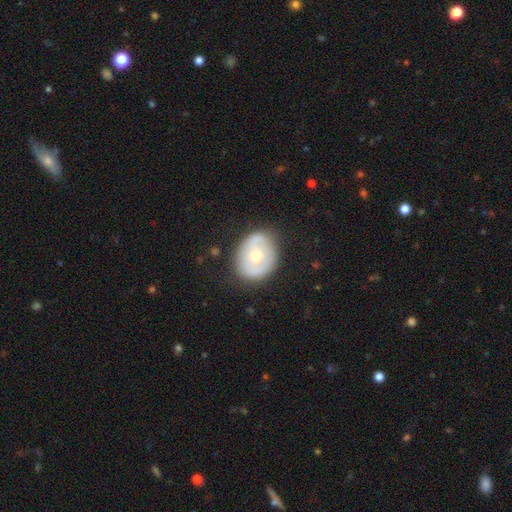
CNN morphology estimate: Smooth or featured? Predicted: smooth (p=0.48). Merging? Predicted: none (p=0.79).